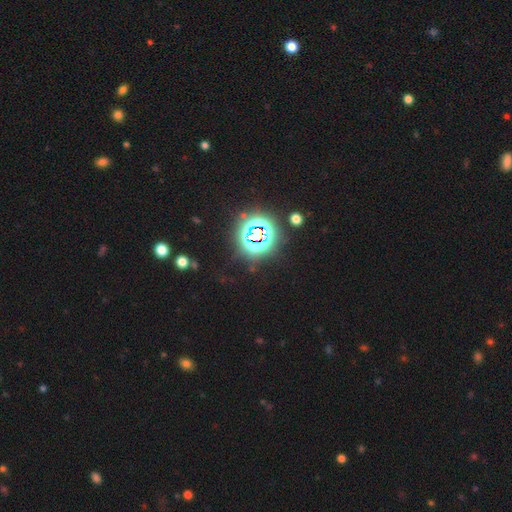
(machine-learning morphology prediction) Smooth or featured: star or artifact — 83% (smooth — 10%)